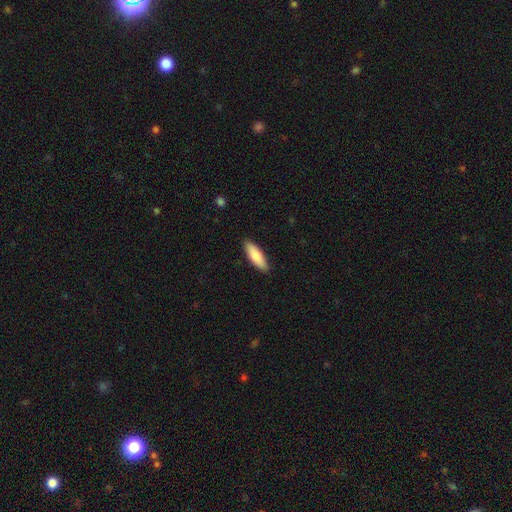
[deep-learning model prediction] smooth-or-featured: smooth: 82% | featured or disk: 13% | star or artifact: 5%
  how-rounded: in between: 52% | cigar-shaped: 47% | round: 2%
  merging: none: 89% | minor disturbance: 8% | major disturbance: 2% | merger: 1%